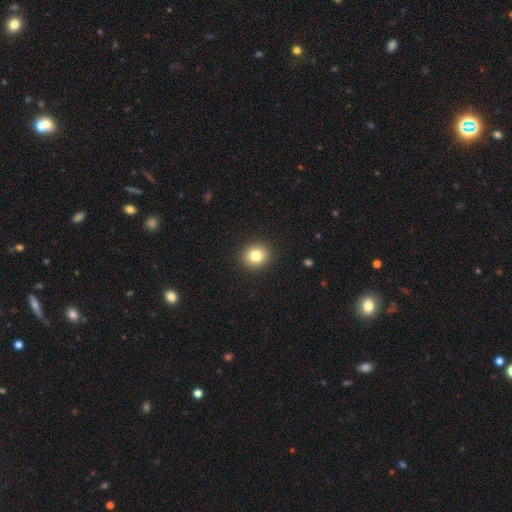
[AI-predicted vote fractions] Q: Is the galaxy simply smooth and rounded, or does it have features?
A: smooth — 81%.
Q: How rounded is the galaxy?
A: round — 87%.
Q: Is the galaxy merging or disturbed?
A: none — 92%.